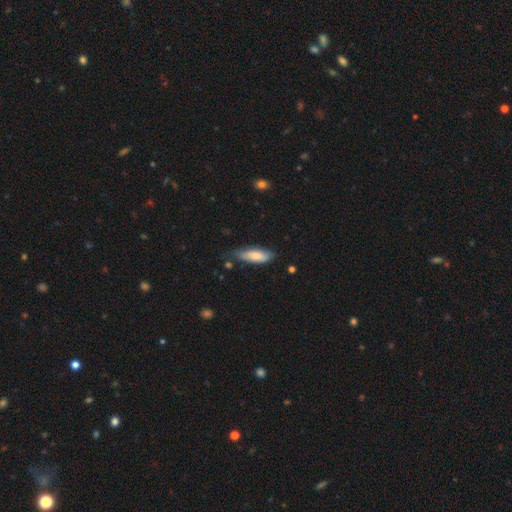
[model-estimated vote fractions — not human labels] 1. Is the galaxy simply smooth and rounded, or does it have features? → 75% smooth, 19% featured or disk, 6% star or artifact.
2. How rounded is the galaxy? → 57% in between, 41% cigar-shaped, 2% round.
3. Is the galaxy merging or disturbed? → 63% none, 29% minor disturbance, 6% major disturbance, 3% merger.